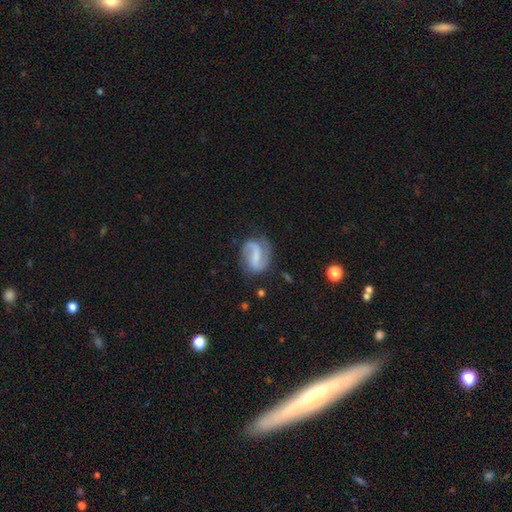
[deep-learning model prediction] This appears to be a featured or disk galaxy (81%) with a weak bar (42%), 2 (87%) loose (42%, tied with medium) spiral arms (94%) and no central bulge (47%). Merging: none (73%).